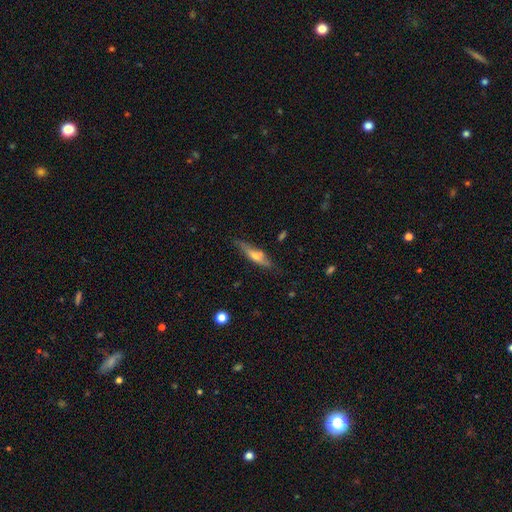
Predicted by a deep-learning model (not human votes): A featured or disk galaxy (53%) viewed edge-on (88%). Merging: none (73%).